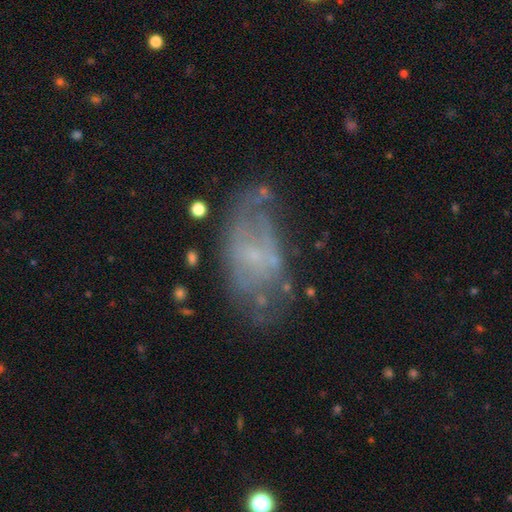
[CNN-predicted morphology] Overall: featured or disk (62%; smooth 28%). Edge-on disk: no (95%). Bar: no (69%). Spiral arms: yes (50%, tied with no). Bulge size: small (60%; none 27%). Merging: none (48%; minor disturbance 26%).